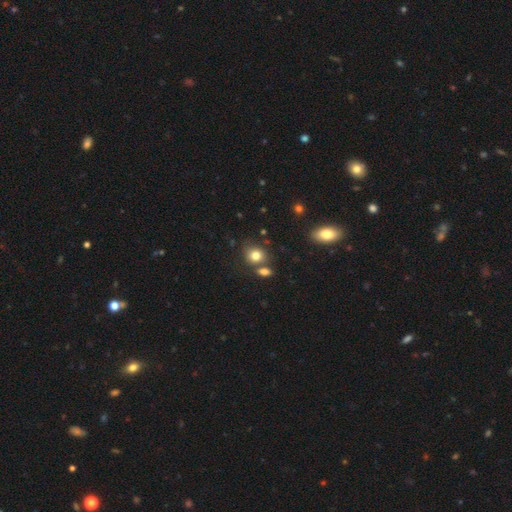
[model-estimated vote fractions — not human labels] Overall: smooth (80%). How rounded: round (65%; in between 34%). Merging: none (59%; merger 22%).